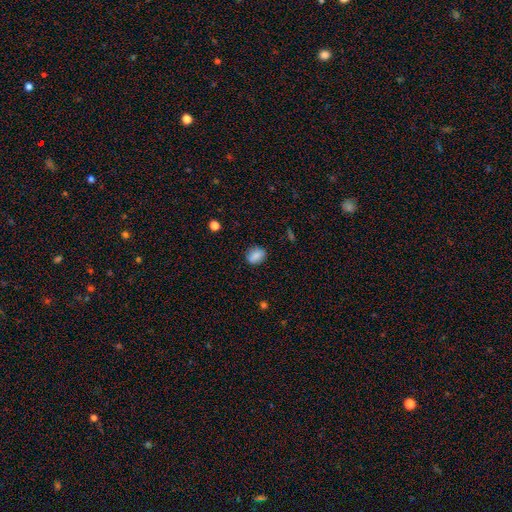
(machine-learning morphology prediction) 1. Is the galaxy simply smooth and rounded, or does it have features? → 85% smooth, 9% star or artifact, 7% featured or disk.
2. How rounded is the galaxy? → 67% in between, 32% round, 2% cigar-shaped.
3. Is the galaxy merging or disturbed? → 82% none, 13% minor disturbance, 3% major disturbance, 1% merger.